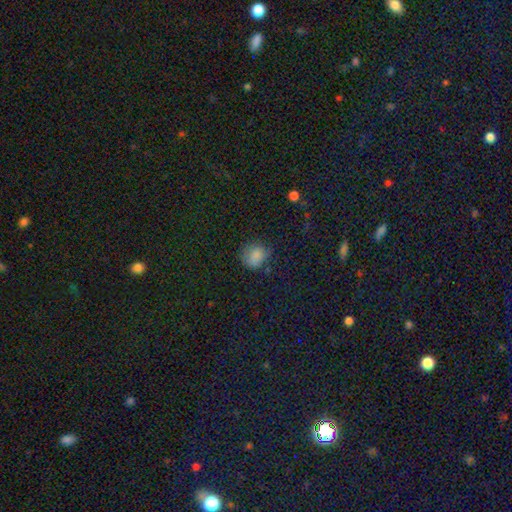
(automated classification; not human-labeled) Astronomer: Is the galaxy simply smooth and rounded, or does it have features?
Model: smooth — 81%.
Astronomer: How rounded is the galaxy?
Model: round — 72%.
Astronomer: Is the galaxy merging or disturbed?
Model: none — 67%.